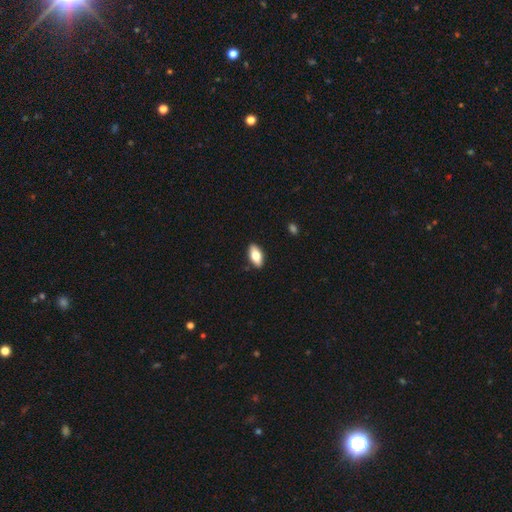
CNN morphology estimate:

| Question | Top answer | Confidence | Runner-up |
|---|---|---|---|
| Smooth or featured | smooth | 76% | featured or disk (17%) |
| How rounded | in between | 89% | cigar-shaped (8%) |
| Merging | none | 89% | minor disturbance (8%) |